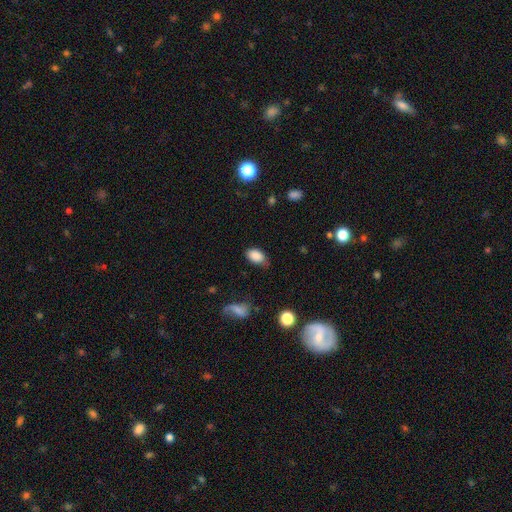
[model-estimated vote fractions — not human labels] A smooth galaxy with no disk features (86%) that is in between round and cigar-shaped (90%).

Vote fractions:
- Smooth or featured? smooth: 86% / star or artifact: 8% / featured or disk: 6%
- How rounded? in between: 90% / round: 9% / cigar-shaped: 1%
- Merging? none: 67% / minor disturbance: 25% / major disturbance: 6% / merger: 2%